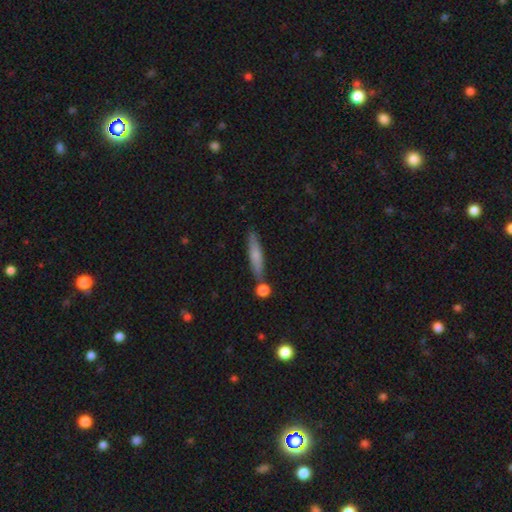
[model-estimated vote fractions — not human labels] Q: Smooth or featured?
A: smooth (64%); runner-up: featured or disk (30%)
Q: How rounded?
A: cigar-shaped (86%); runner-up: in between (12%)
Q: Merging?
A: none (76%); runner-up: minor disturbance (12%)